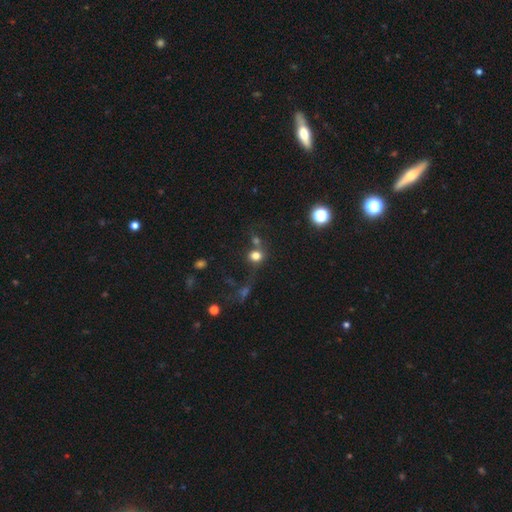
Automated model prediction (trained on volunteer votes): A smooth galaxy with no disk features (74%) that is round (80%). Merging: none (48%).